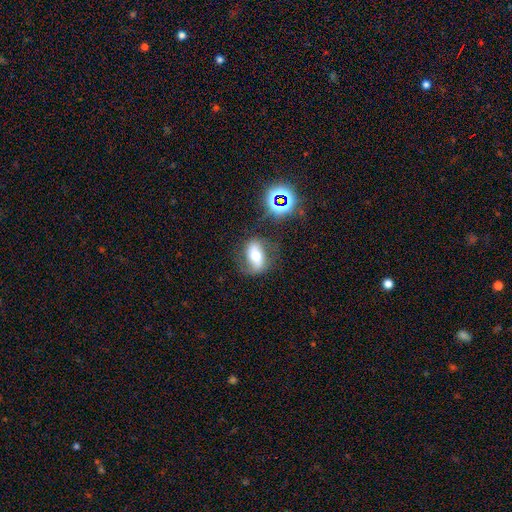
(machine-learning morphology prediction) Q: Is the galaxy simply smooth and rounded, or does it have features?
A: featured or disk — 48%.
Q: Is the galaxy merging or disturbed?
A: none — 67%.